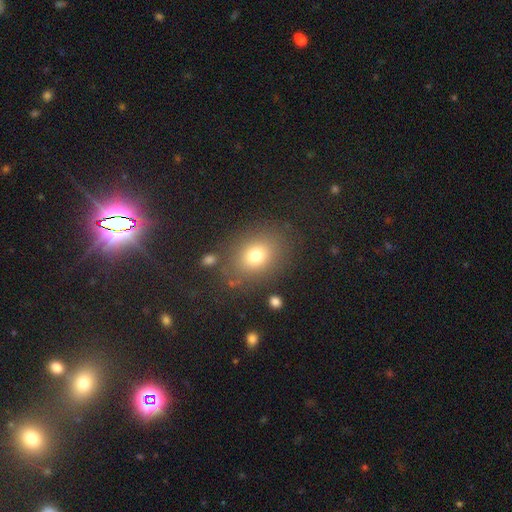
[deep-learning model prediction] This appears to be a smooth galaxy with no disk features (74%) that is in between round and cigar-shaped (50%). Merging: none (80%).